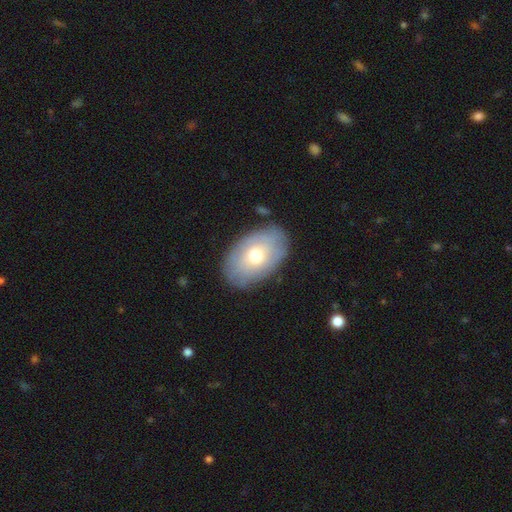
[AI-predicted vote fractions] Smooth or featured? smooth (61%)
How rounded? in between (88%)
Merging? none (81%)